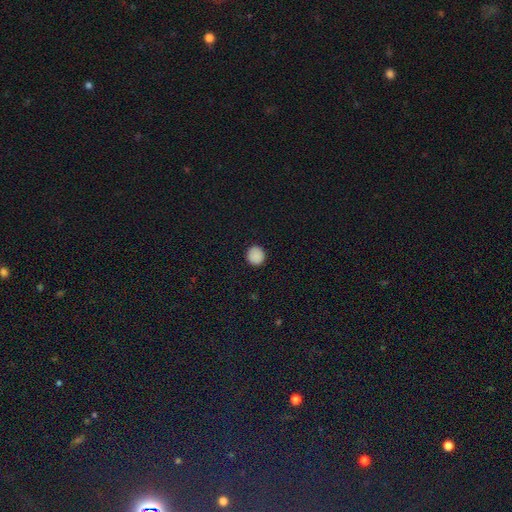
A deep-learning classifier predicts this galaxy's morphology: Smooth or featured? smooth (88%)
How rounded? round (91%)
Merging? none (92%)